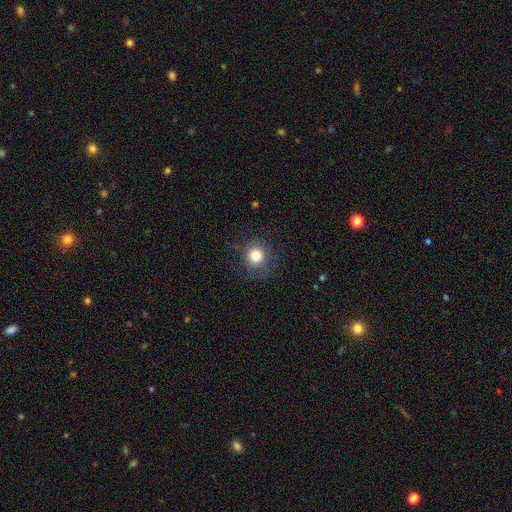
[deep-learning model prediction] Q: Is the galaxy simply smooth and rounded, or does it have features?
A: smooth — 82%.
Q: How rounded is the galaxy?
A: round — 91%.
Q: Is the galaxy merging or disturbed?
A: none — 79%.